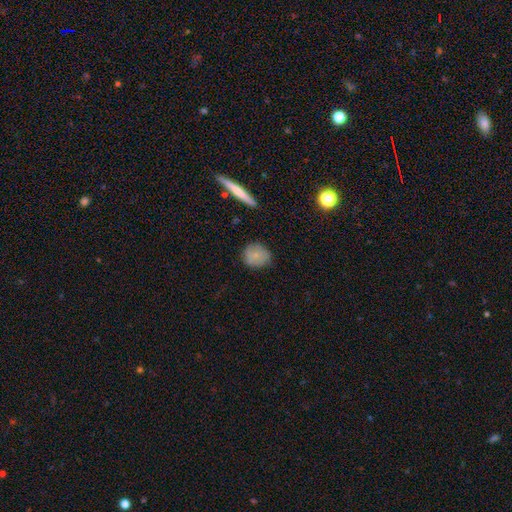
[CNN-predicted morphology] Smooth or featured? Predicted: smooth (p=0.73). How rounded? Predicted: round (p=0.81). Merging? Predicted: none (p=0.79).